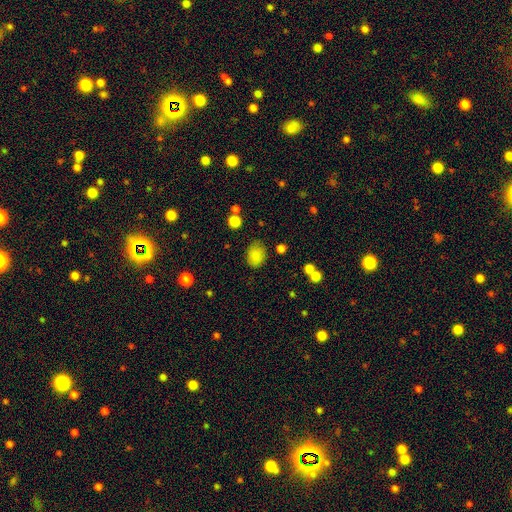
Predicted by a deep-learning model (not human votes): smooth 85%, star or artifact 10%, featured or disk 5%. Down the decision tree: how rounded — in between (60%); merging — none (76%).